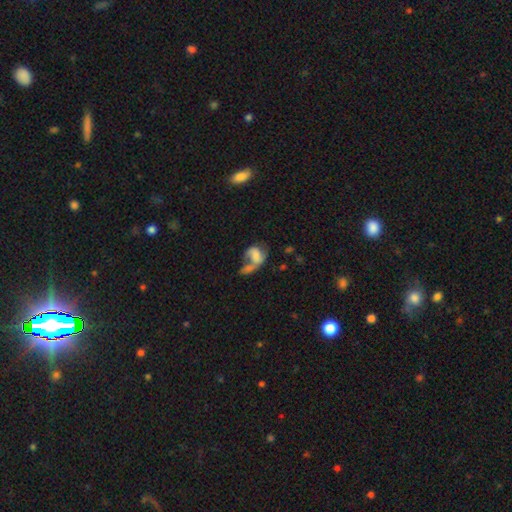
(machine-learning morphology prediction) Smooth or featured? featured or disk (46%)
Merging? merger (51%)